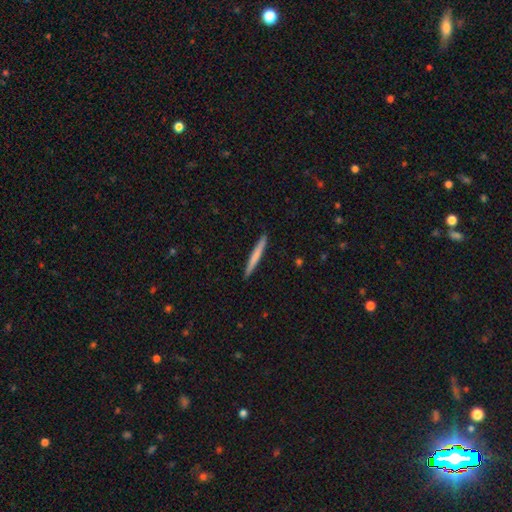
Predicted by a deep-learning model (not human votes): The model was most divided on "smooth or featured": smooth: 67%, featured or disk: 28%, star or artifact: 5%. More confident: how rounded — cigar-shaped (97%); merging — none (92%).